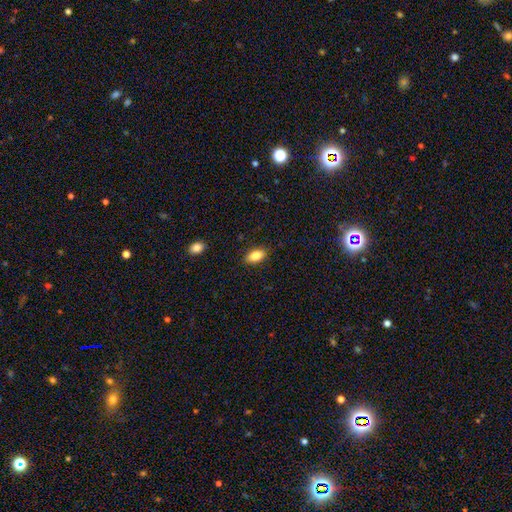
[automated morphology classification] Q: Smooth or featured?
A: smooth (85%); runner-up: star or artifact (8%)
Q: How rounded?
A: in between (91%); runner-up: cigar-shaped (5%)
Q: Merging?
A: none (87%); runner-up: minor disturbance (10%)